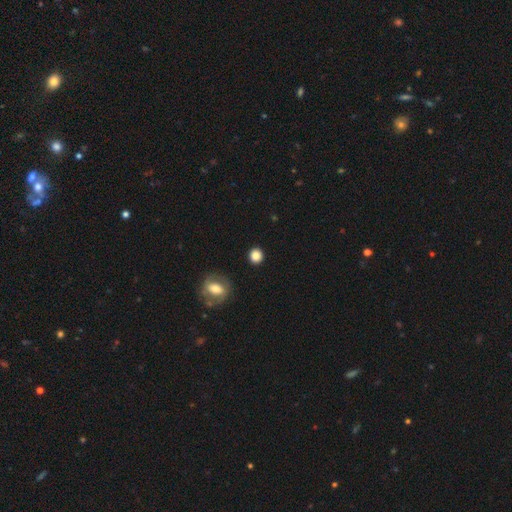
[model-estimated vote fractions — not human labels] Smooth or featured? smooth (85%)
How rounded? round (88%)
Merging? none (90%)